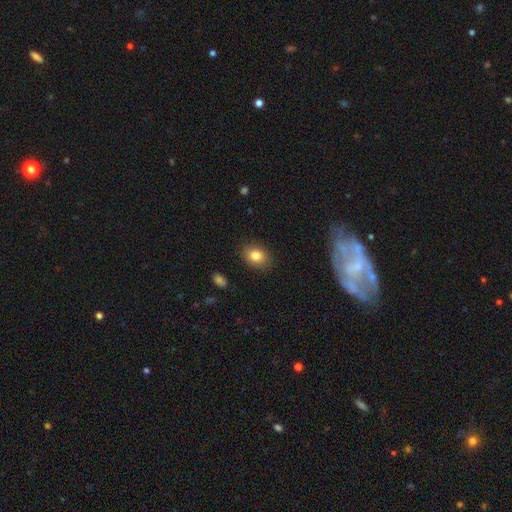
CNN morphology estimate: This is clearly a smooth galaxy (82%). How rounded: likely in between (67%). Merging: clearly none (86%).